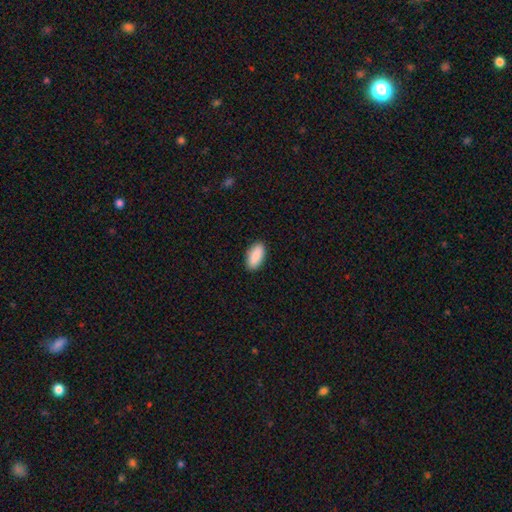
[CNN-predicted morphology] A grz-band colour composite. It shows a smooth galaxy with no disk features (90%) that is in between round and cigar-shaped (89%). Merging: none (89%).